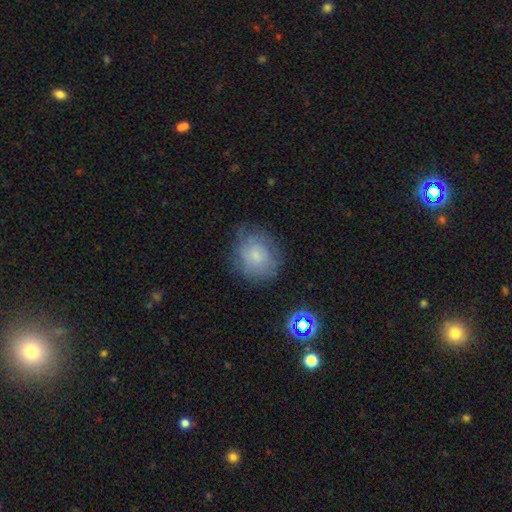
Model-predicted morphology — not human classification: type=smooth (59%); roundness=round (66%); merging=none (69%).